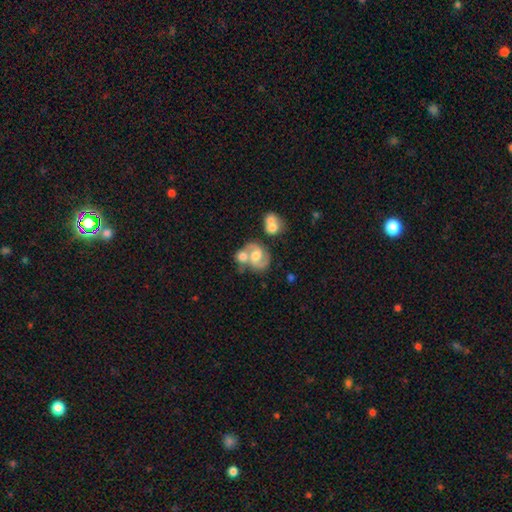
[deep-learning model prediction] Overall: featured or disk (70%). Edge-on disk: no (98%). Bar: no (51%; weak 40%). Spiral arms: yes (87%). Spiral arm count: 2 (87%). Spiral winding: medium (56%; loose 22%). Bulge size: moderate (68%). Merging: merger (45%; none 37%).